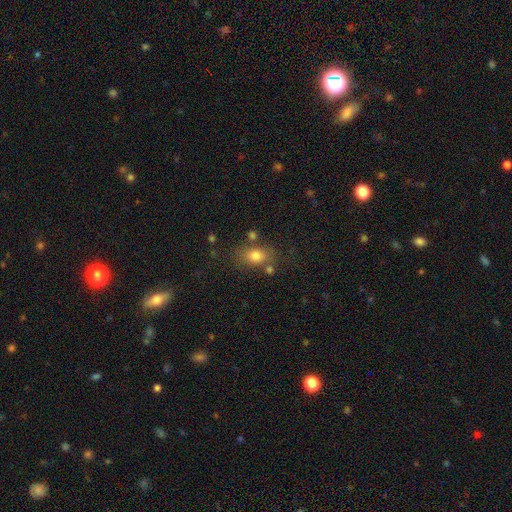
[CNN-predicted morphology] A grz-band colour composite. It shows a smooth galaxy with no disk features (78%) that is in between round and cigar-shaped (67%). Merging: none (69%).